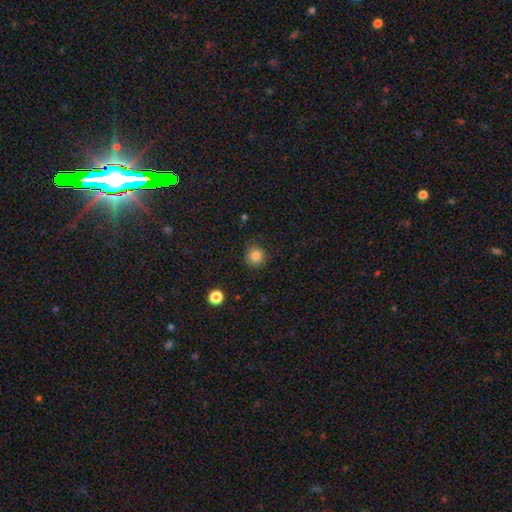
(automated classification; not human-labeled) A smooth galaxy with no disk features (83%) that is round (93%).

Vote fractions:
- Smooth or featured? smooth: 83% / star or artifact: 12% / featured or disk: 5%
- How rounded? round: 93% / in between: 6% / cigar-shaped: 1%
- Merging? none: 88% / minor disturbance: 8% / major disturbance: 3% / merger: 1%